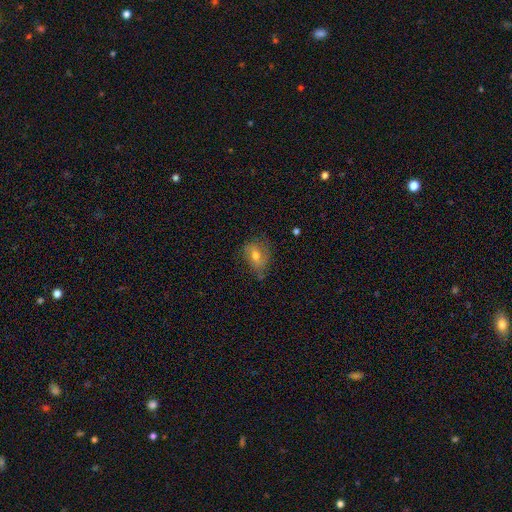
smooth_or_featured: smooth (p=0.54) [alt: featured or disk p=0.41]
how_rounded: in between (p=0.52) [alt: round p=0.48]
merging: none (p=0.57) [alt: minor disturbance p=0.27]